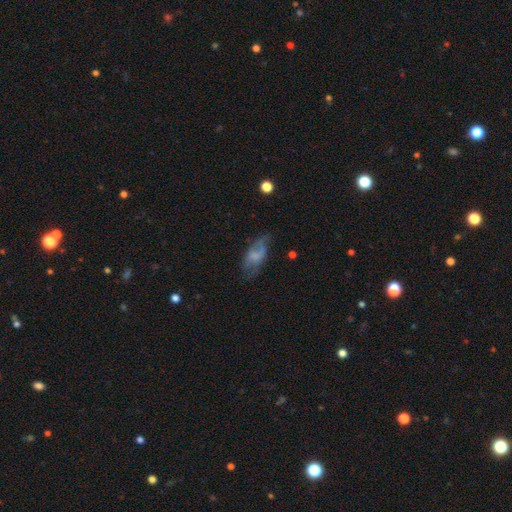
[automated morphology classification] smooth_or_featured: smooth (p=0.49) [alt: featured or disk p=0.41]
merging: none (p=0.48) [alt: minor disturbance p=0.29]